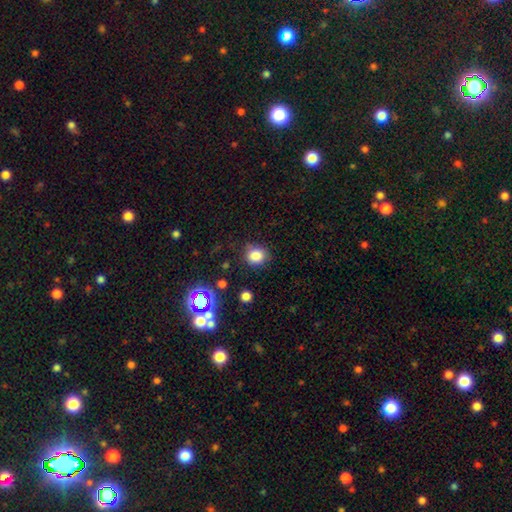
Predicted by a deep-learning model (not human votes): smooth-or-featured: smooth: 81% | star or artifact: 14% | featured or disk: 5%
  how-rounded: round: 76% | in between: 23% | cigar-shaped: 1%
  merging: none: 78% | minor disturbance: 15% | major disturbance: 5% | merger: 3%